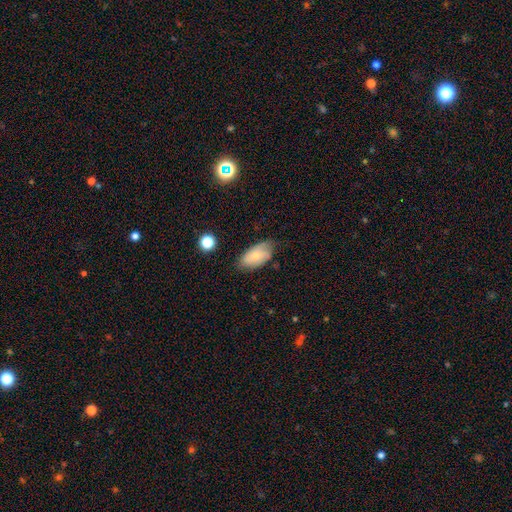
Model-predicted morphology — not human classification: The model was most divided on "merging": none: 61%, minor disturbance: 30%, major disturbance: 7%, merger: 2%. More confident: how rounded — in between (93%); smooth or featured — smooth (67%).